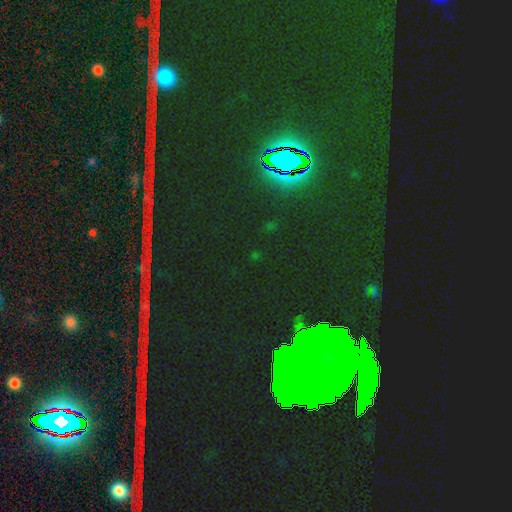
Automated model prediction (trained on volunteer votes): This is clearly a star or artifact rather than a galaxy (81%).